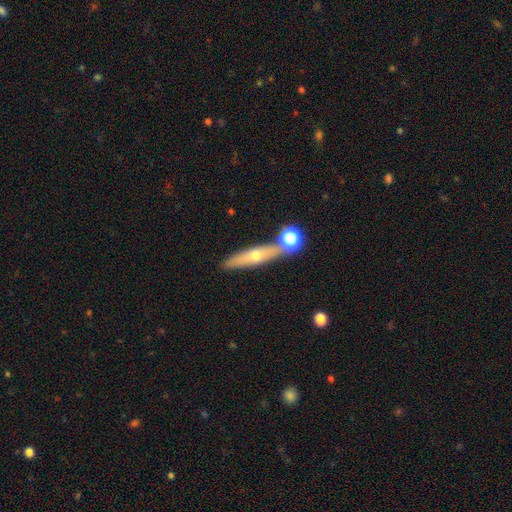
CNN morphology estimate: Smooth or featured?
  - smooth: 46% *
  - featured or disk: 45%
  - star or artifact: 8%
Merging?
  - none: 71% *
  - merger: 14%
  - minor disturbance: 11%
  - major disturbance: 3%